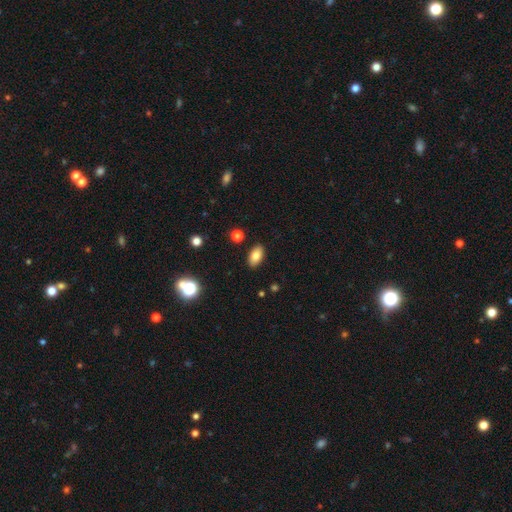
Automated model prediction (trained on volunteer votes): Smooth or featured? Predicted: smooth (p=0.81). How rounded? Predicted: in between (p=0.92). Merging? Predicted: none (p=0.88).